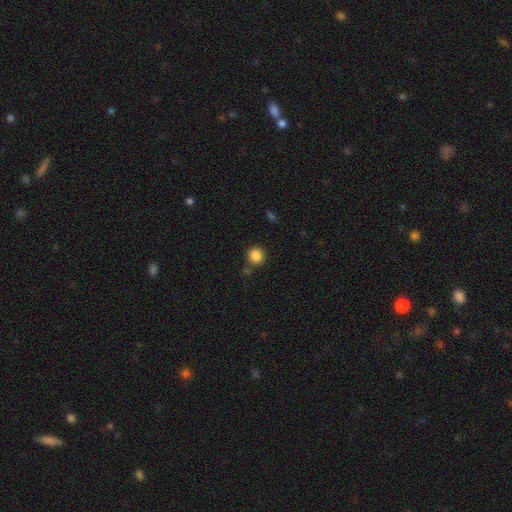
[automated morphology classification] smooth 86%, star or artifact 10%, featured or disk 4%. Down the decision tree: how rounded — round (92%); merging — none (83%).